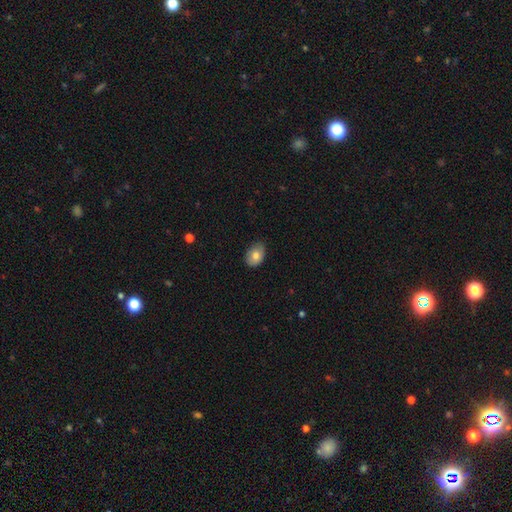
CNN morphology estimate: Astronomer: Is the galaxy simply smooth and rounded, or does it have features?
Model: smooth — 77%.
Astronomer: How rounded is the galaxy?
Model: in between — 75%.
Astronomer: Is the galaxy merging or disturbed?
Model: none — 76%.